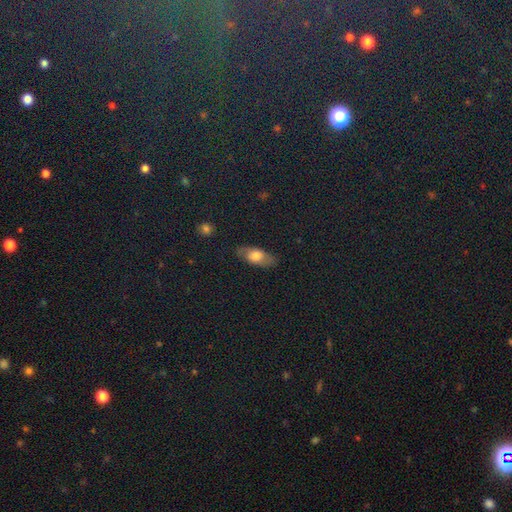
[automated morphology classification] Smooth or featured: smooth — 65% (featured or disk — 26%)
How rounded: in between — 78% (cigar-shaped — 15%)
Merging: none — 80% (minor disturbance — 14%)